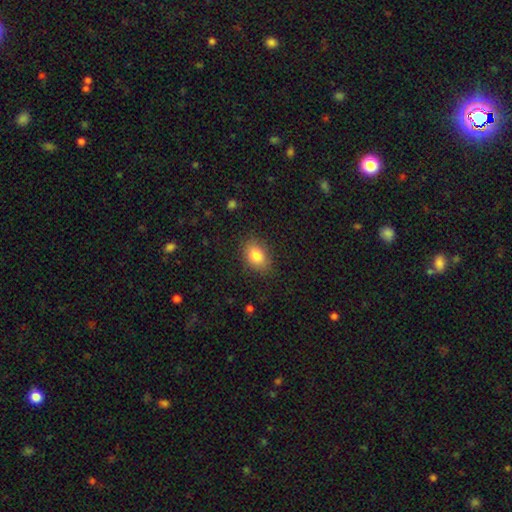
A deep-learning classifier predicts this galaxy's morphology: The model was most divided on "how rounded": in between: 78%, round: 20%, cigar-shaped: 1%. More confident: smooth or featured — smooth (82%); merging — none (82%).